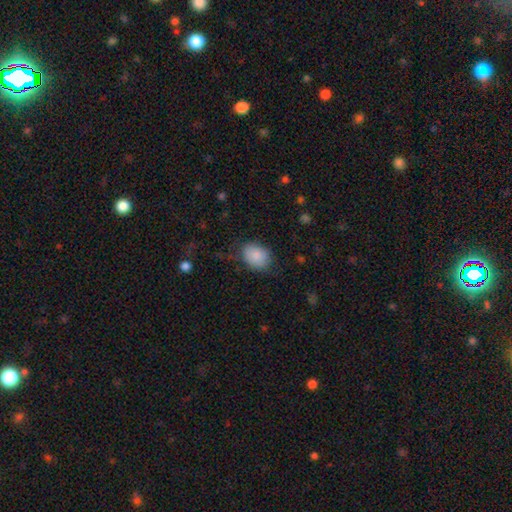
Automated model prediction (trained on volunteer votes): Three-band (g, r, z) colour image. It shows a smooth galaxy with no disk features (87%) that is in between round and cigar-shaped (65%). Merging: none (69%).